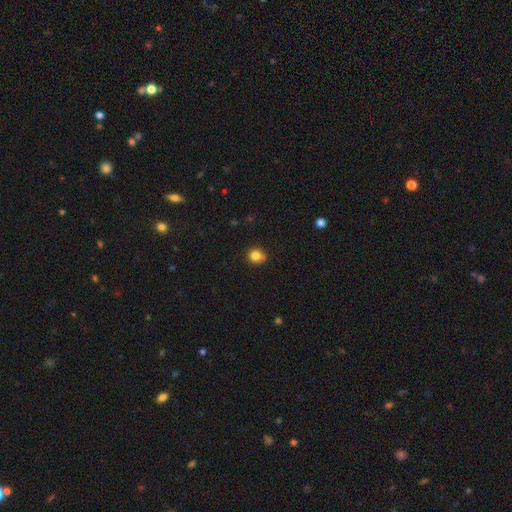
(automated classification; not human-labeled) smooth-or-featured: smooth: 82% | star or artifact: 12% | featured or disk: 6%
  how-rounded: round: 80% | in between: 19% | cigar-shaped: 1%
  merging: none: 73% | minor disturbance: 20% | merger: 4% | major disturbance: 4%